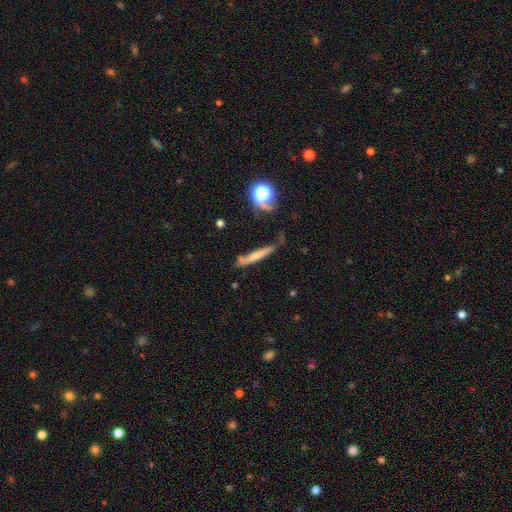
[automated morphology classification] Smooth or featured: smooth — 58% (featured or disk — 32%)
How rounded: cigar-shaped — 92% (in between — 5%)
Merging: none — 69% (minor disturbance — 19%)